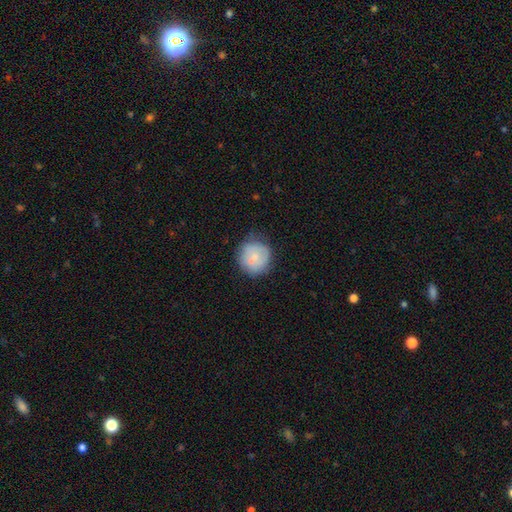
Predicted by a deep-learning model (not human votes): The model was most divided on "merging": none: 70%, minor disturbance: 21%, major disturbance: 6%, merger: 3%. More confident: how rounded — round (91%); smooth or featured — smooth (72%).